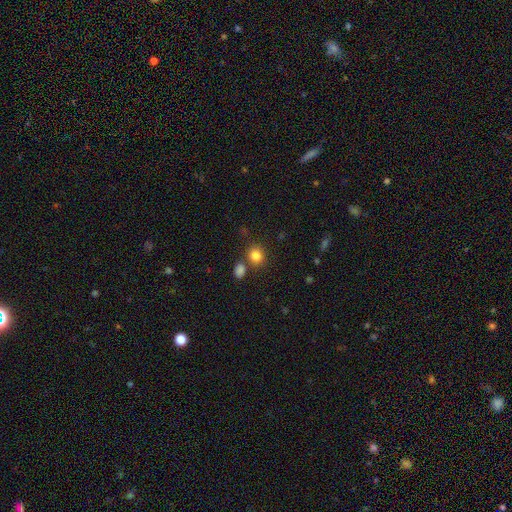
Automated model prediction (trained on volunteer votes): A smooth galaxy with no disk features (83%) that is round (78%).

Vote fractions:
- Smooth or featured? smooth: 83% / star or artifact: 12% / featured or disk: 6%
- How rounded? round: 78% / in between: 21% / cigar-shaped: 1%
- Merging? none: 73% / merger: 13% / minor disturbance: 10% / major disturbance: 4%